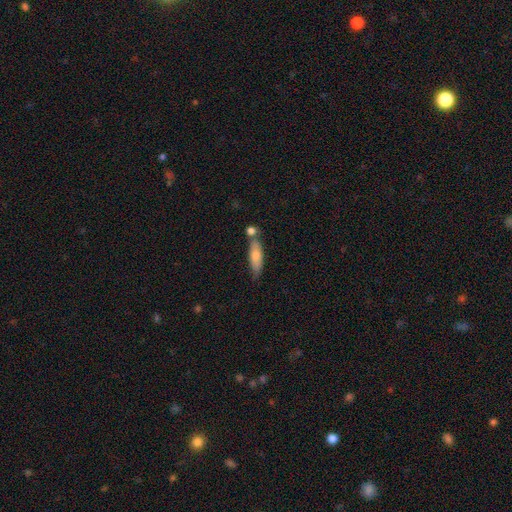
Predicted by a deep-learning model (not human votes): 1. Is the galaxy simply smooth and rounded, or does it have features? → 71% smooth, 23% featured or disk, 6% star or artifact.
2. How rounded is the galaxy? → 51% cigar-shaped, 46% in between, 2% round.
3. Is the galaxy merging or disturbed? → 53% none, 26% merger, 17% minor disturbance, 5% major disturbance.